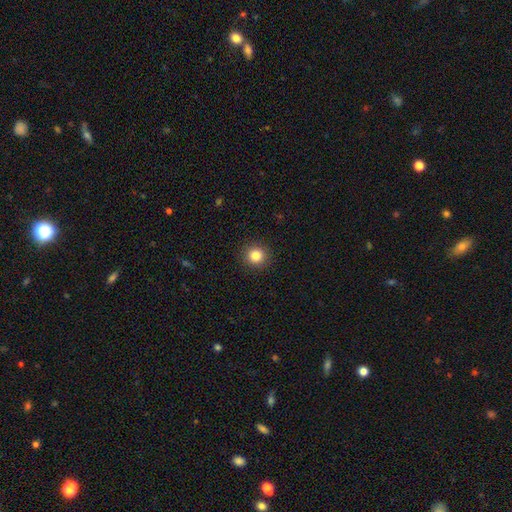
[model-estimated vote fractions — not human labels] Smooth or featured: smooth — 84% (star or artifact — 11%)
How rounded: round — 94% (in between — 5%)
Merging: none — 92% (minor disturbance — 5%)